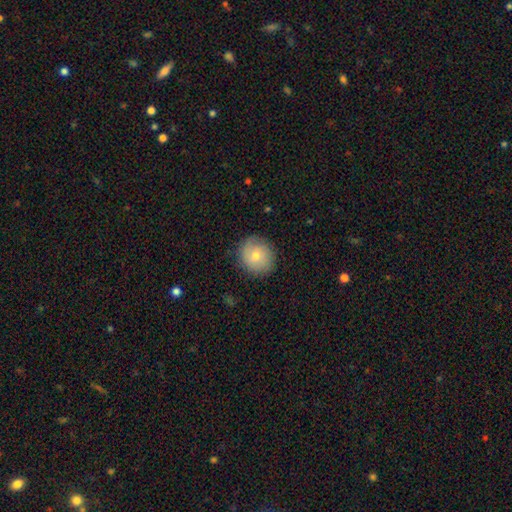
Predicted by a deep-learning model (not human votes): smooth 62%, featured or disk 29%, star or artifact 9%. Down the decision tree: how rounded — round (84%); merging — none (83%).